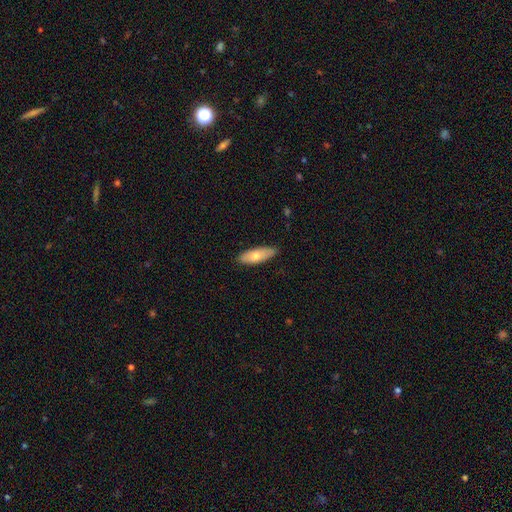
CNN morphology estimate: Smooth or featured? Predicted: smooth (p=0.72). How rounded? Predicted: in between (p=0.65). Merging? Predicted: none (p=0.86).